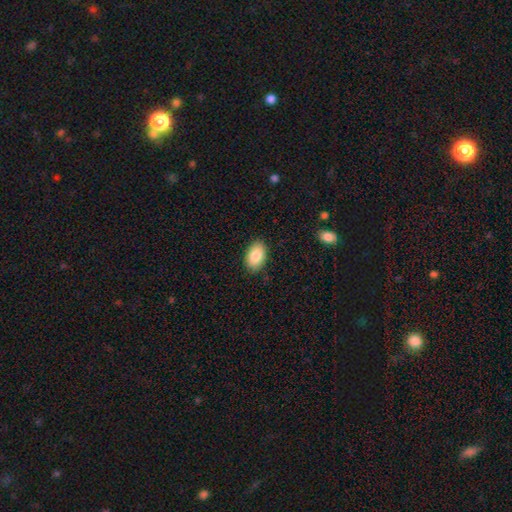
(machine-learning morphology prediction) Overall: smooth (86%). How rounded: in between (92%). Merging: none (87%).